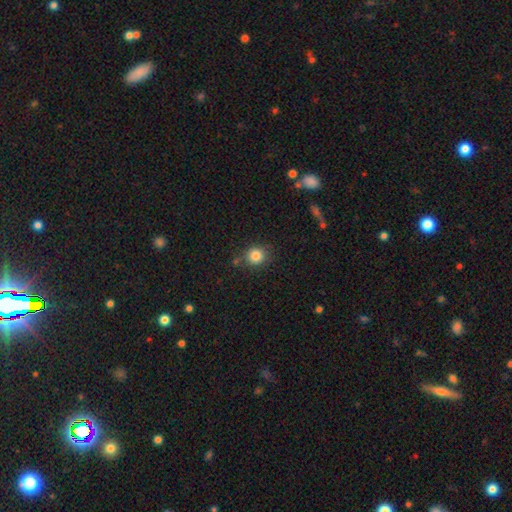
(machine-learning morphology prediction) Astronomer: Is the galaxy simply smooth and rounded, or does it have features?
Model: smooth — 83%.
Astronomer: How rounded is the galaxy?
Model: round — 89%.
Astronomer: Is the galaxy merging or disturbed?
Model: none — 79%.